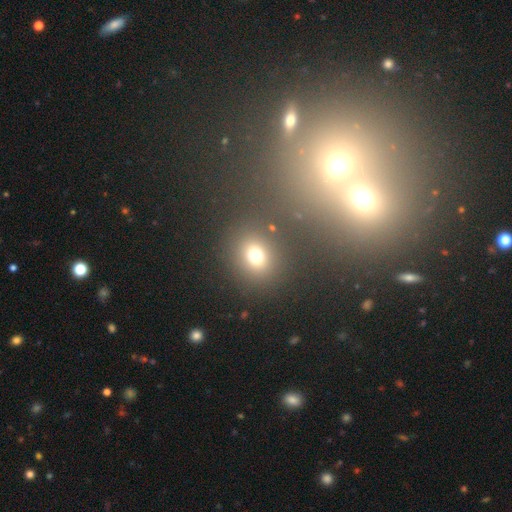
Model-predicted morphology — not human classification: Smooth or featured? smooth (69%)
How rounded? round (73%)
Merging? none (81%)